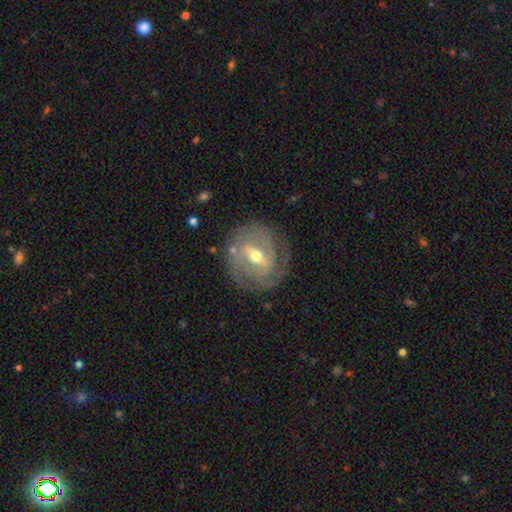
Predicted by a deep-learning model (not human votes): Morphology: type=featured or disk (79%); edge-on=no (94%); bar=weak (45%); spiral arms=yes (85%); winding=tight (67%); arm count=can't tell (36%); bulge=moderate (67%); merging=none (77%).